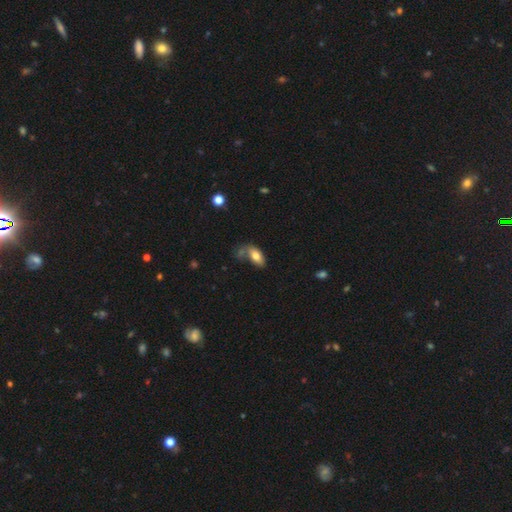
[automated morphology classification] smooth-or-featured: smooth: 75% | featured or disk: 17% | star or artifact: 8%
  how-rounded: in between: 89% | cigar-shaped: 6% | round: 5%
  merging: none: 37% | merger: 25% | minor disturbance: 20% | major disturbance: 19%